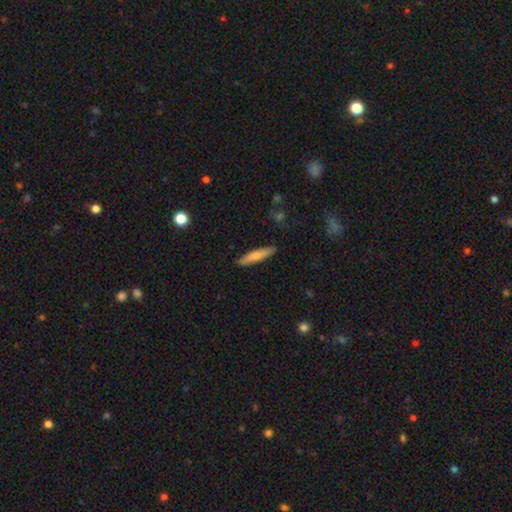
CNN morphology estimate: type=smooth (76%); roundness=cigar-shaped (87%); merging=none (88%).